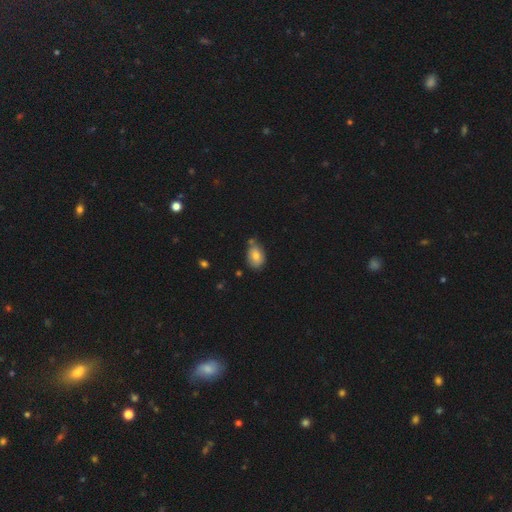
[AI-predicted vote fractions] Smooth or featured? smooth (79%)
How rounded? in between (80%)
Merging? none (63%)